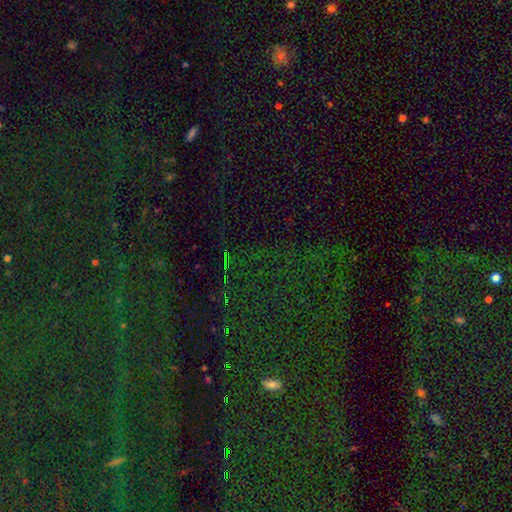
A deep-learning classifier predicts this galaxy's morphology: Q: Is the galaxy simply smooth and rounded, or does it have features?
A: star or artifact — 81%.